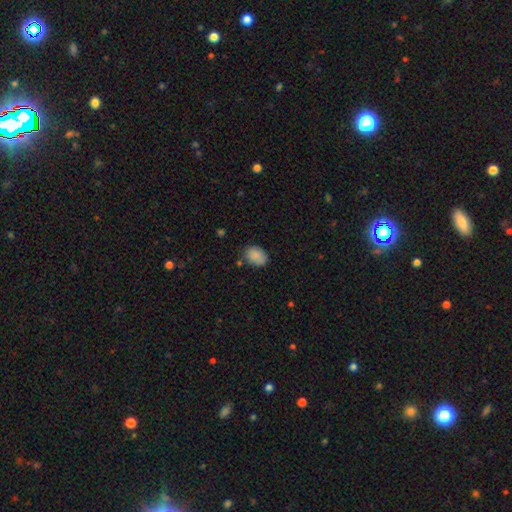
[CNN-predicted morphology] A smooth galaxy with no disk features (87%) that is in between round and cigar-shaped (72%). Merging: none (74%).